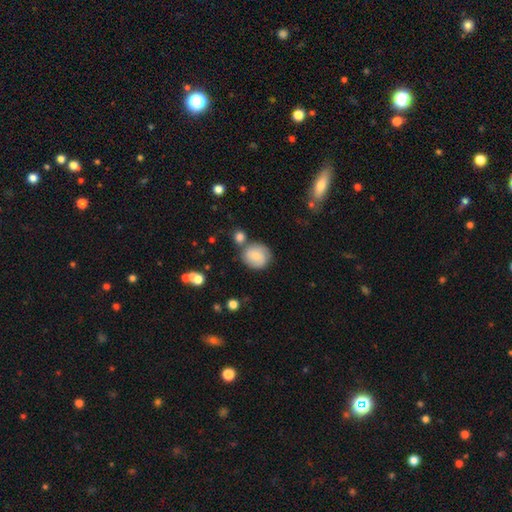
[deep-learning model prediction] Overall: smooth (65%; featured or disk 27%). How rounded: round (85%). Merging: none (66%).